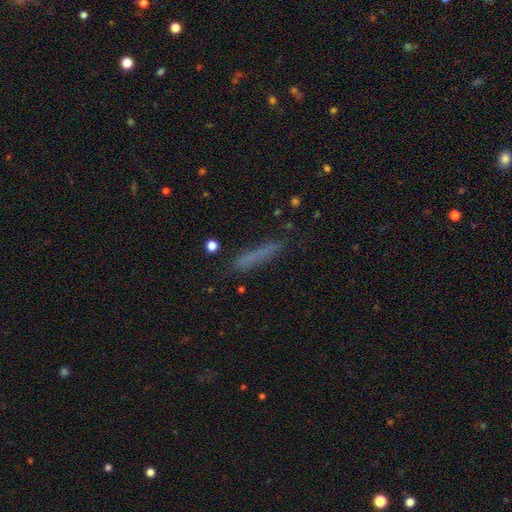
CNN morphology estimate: A smooth galaxy with no disk features (70%) that is cigar-shaped (92%).

Vote fractions:
- Smooth or featured? smooth: 70% / featured or disk: 19% / star or artifact: 11%
- How rounded? cigar-shaped: 92% / in between: 6% / round: 2%
- Merging? none: 80% / minor disturbance: 14% / major disturbance: 4% / merger: 2%